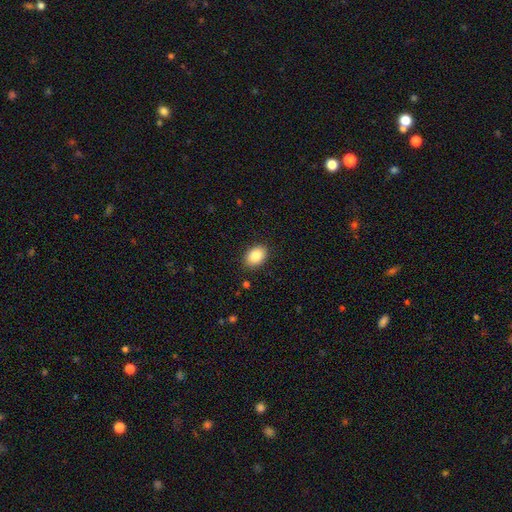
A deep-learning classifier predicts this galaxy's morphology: smooth-or-featured: smooth: 85% | star or artifact: 8% | featured or disk: 7%
  how-rounded: in between: 80% | round: 19% | cigar-shaped: 1%
  merging: none: 88% | minor disturbance: 8% | major disturbance: 2% | merger: 1%